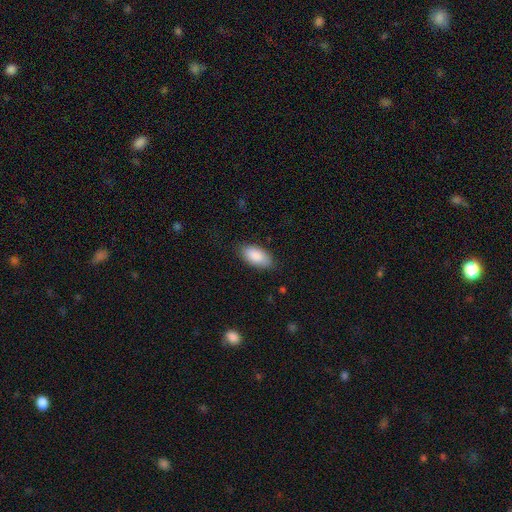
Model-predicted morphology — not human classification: smooth-or-featured: smooth: 88% | featured or disk: 6% | star or artifact: 6%
  how-rounded: in between: 94% | cigar-shaped: 3% | round: 2%
  merging: none: 82% | minor disturbance: 14% | major disturbance: 3% | merger: 1%